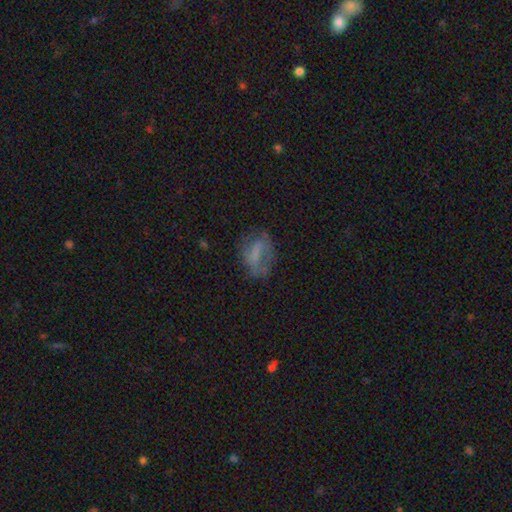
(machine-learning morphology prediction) Q: Smooth or featured?
A: smooth (47%); runner-up: featured or disk (41%)
Q: Merging?
A: none (50%); runner-up: minor disturbance (25%)